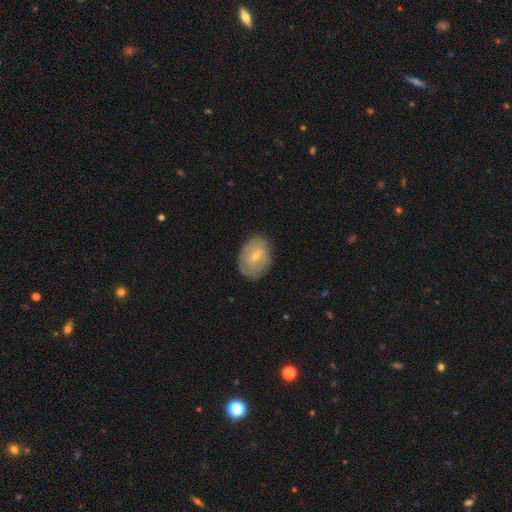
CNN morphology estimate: smooth_or_featured: smooth (p=0.56) [alt: featured or disk p=0.37]
how_rounded: in between (p=0.74) [alt: round p=0.25]
merging: none (p=0.78) [alt: minor disturbance p=0.17]